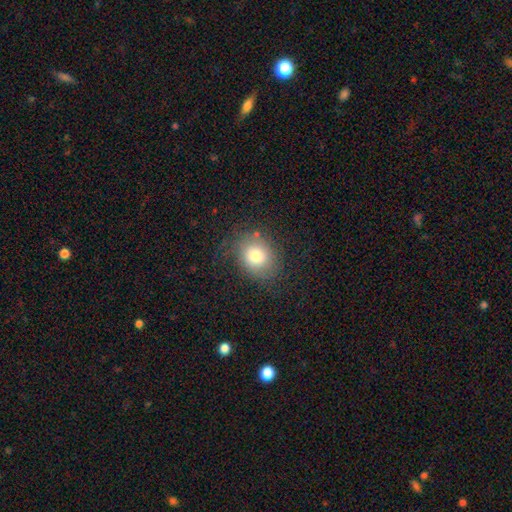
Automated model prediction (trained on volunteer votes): Morphology: type=smooth (76%); roundness=round (60%); merging=none (72%).